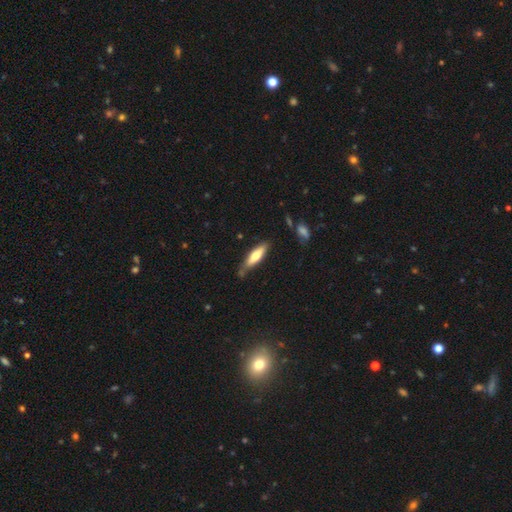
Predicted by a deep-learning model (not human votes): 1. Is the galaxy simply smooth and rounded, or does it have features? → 65% smooth, 29% featured or disk, 5% star or artifact.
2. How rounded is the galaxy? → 68% cigar-shaped, 31% in between, 1% round.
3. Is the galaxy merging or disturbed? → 74% none, 18% minor disturbance, 4% merger, 4% major disturbance.